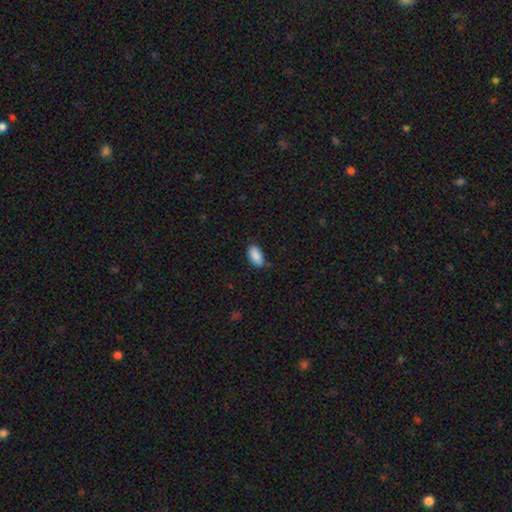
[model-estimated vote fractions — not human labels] This appears to be a smooth galaxy with no disk features (89%) that is in between round and cigar-shaped (92%). Merging: none (82%).